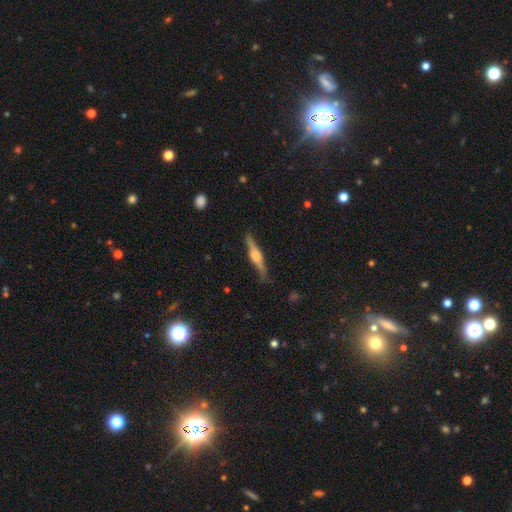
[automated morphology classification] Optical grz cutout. It shows a featured or disk galaxy (69%) viewed edge-on (97%) with a rounded central bulge (85%). Merging: none (85%).